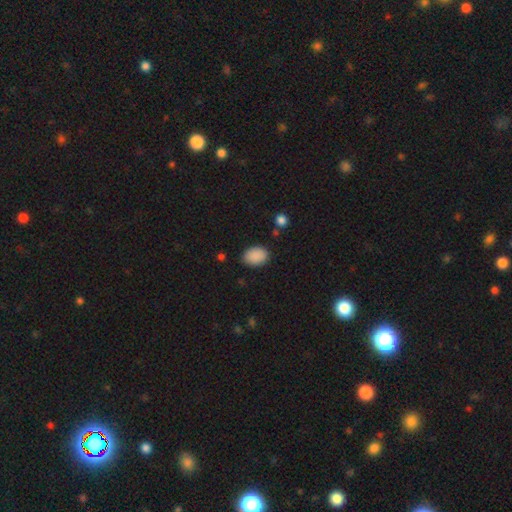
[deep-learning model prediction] Smooth or featured? Predicted: smooth (p=0.89). How rounded? Predicted: in between (p=0.82). Merging? Predicted: none (p=0.85).